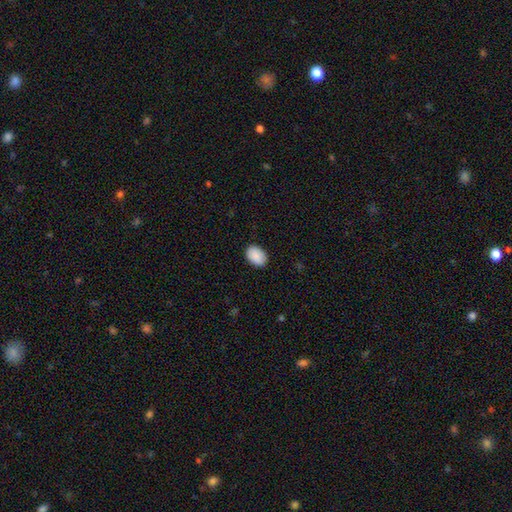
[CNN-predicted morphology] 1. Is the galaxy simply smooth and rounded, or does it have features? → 90% smooth, 6% star or artifact, 4% featured or disk.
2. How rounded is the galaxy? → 84% in between, 15% round, 1% cigar-shaped.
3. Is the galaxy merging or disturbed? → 88% none, 9% minor disturbance, 2% major disturbance, 1% merger.